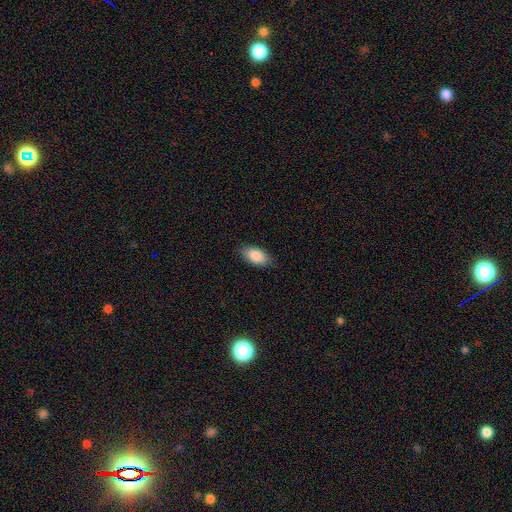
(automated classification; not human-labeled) Smooth or featured: smooth — 88% (star or artifact — 6%)
How rounded: in between — 92% (cigar-shaped — 5%)
Merging: none — 84% (minor disturbance — 13%)